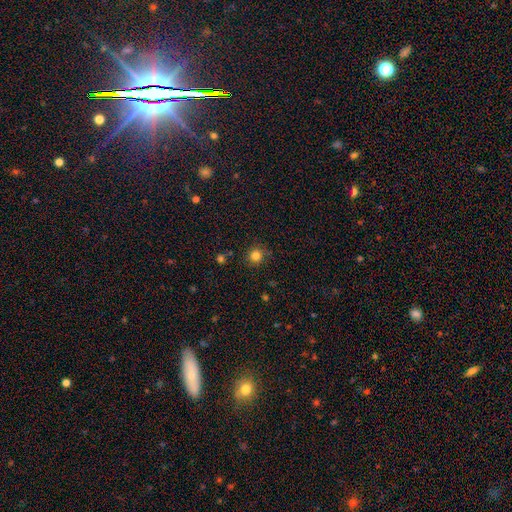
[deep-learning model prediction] smooth_or_featured: smooth (p=0.82) [alt: star or artifact p=0.13]
how_rounded: round (p=0.92) [alt: in between p=0.07]
merging: none (p=0.84) [alt: minor disturbance p=0.11]